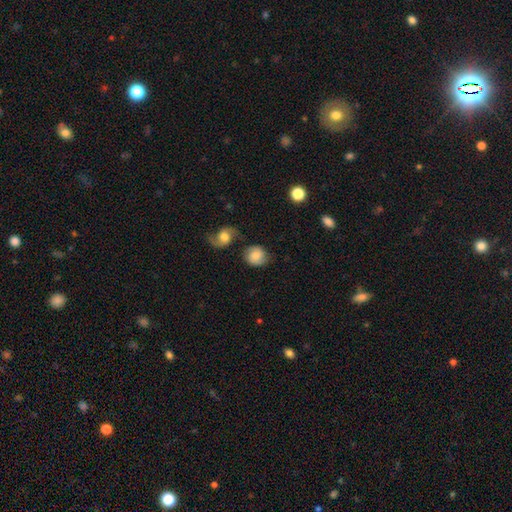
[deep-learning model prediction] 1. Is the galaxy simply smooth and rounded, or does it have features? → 64% smooth, 28% featured or disk, 8% star or artifact.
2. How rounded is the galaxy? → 78% round, 21% in between, 1% cigar-shaped.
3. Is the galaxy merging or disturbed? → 68% none, 15% minor disturbance, 12% merger, 5% major disturbance.